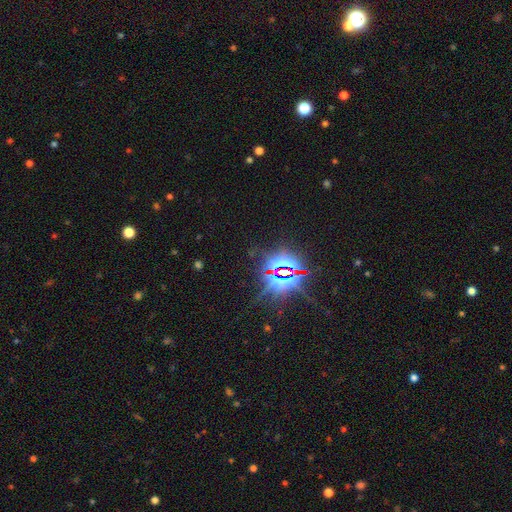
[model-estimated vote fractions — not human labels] The model was most divided on "smooth or featured": star or artifact: 85%, smooth: 8%, featured or disk: 6%.